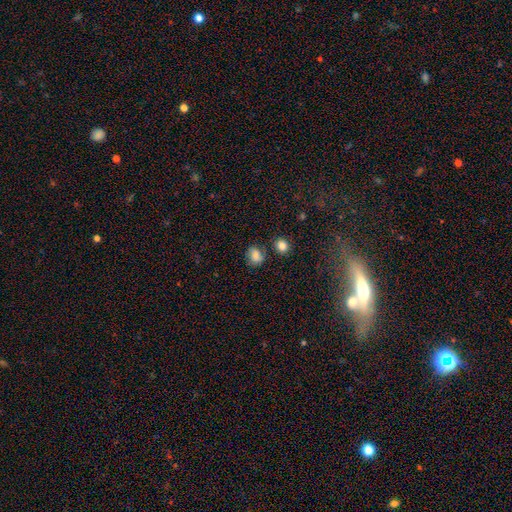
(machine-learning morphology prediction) This appears to be a smooth galaxy with no disk features (75%) that is round (64%). Merging: none (71%).